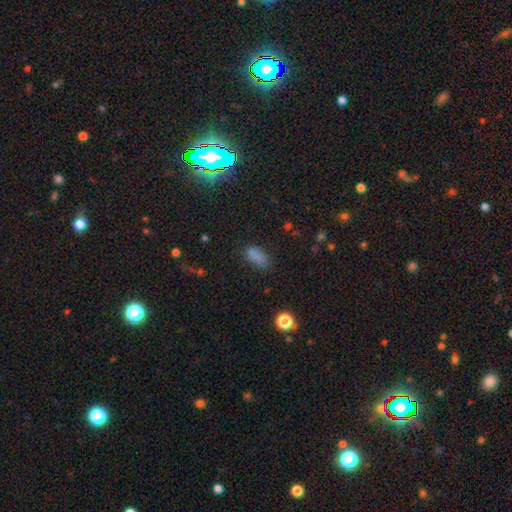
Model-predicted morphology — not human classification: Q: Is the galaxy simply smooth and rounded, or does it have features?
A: smooth — 80%.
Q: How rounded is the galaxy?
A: in between — 87%.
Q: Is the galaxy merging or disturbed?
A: none — 69%.